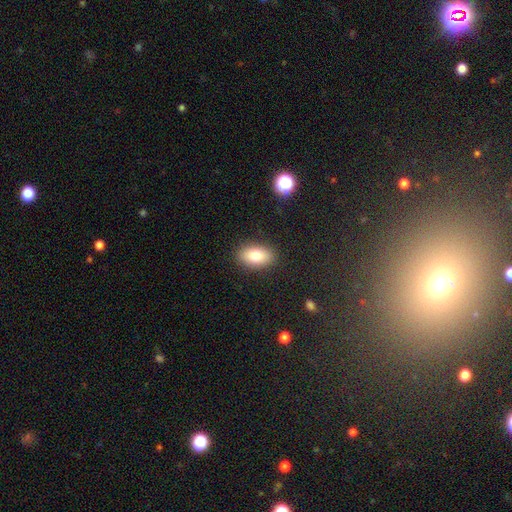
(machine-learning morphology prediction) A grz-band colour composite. It shows a smooth galaxy with no disk features (81%) that is in between round and cigar-shaped (89%). Merging: none (88%).